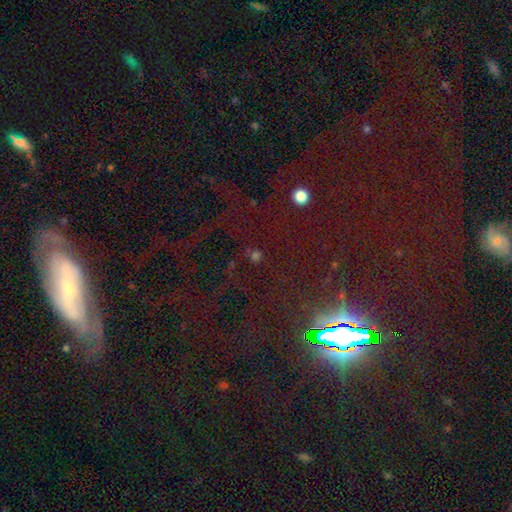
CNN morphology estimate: The model was most divided on "smooth or featured": star or artifact: 73%, smooth: 18%, featured or disk: 9%.